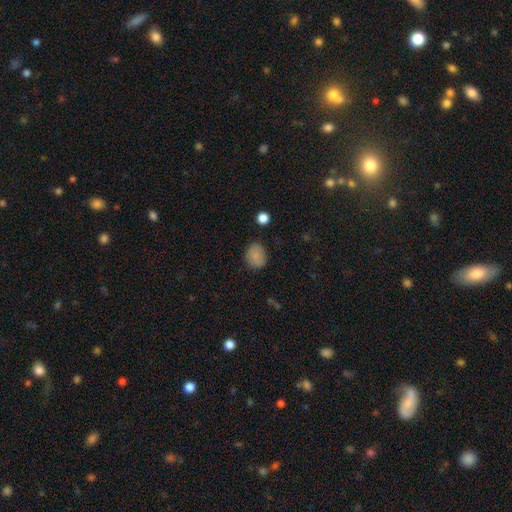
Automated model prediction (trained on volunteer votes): Smooth or featured? Predicted: smooth (p=0.84). How rounded? Predicted: round (p=0.58). Merging? Predicted: none (p=0.79).